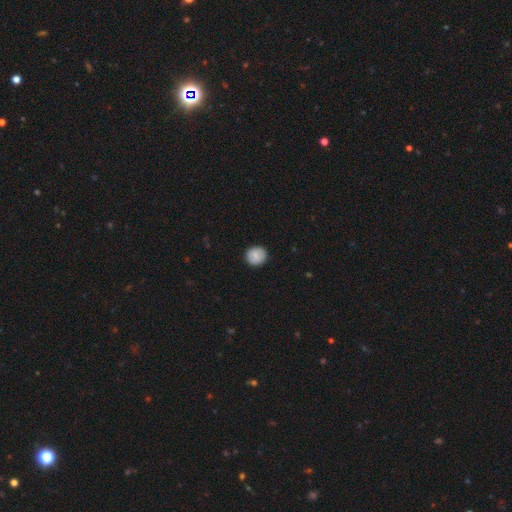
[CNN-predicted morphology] A smooth galaxy with no disk features (85%) that is round (87%).

Vote fractions:
- Smooth or featured? smooth: 85% / featured or disk: 8% / star or artifact: 7%
- How rounded? round: 87% / in between: 12% / cigar-shaped: 1%
- Merging? none: 90% / minor disturbance: 7% / major disturbance: 2% / merger: 1%